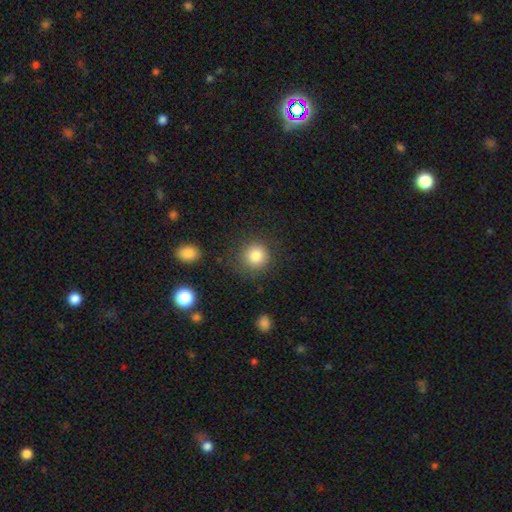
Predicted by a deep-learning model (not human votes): This appears to be a smooth galaxy with no disk features (84%) that is round (92%). Merging: none (82%).